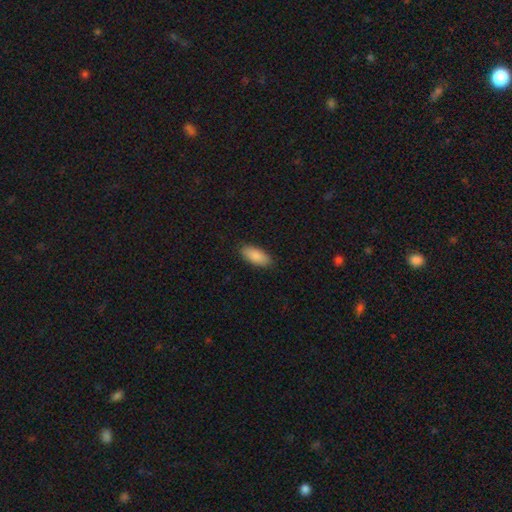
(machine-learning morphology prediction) A smooth galaxy with no disk features (87%) that is in between round and cigar-shaped (88%). Merging: none (87%).